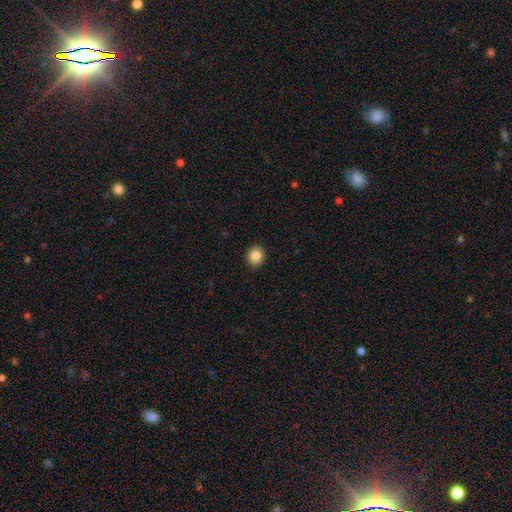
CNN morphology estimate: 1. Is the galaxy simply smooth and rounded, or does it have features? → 85% smooth, 10% star or artifact, 6% featured or disk.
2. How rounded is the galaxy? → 81% round, 18% in between, 1% cigar-shaped.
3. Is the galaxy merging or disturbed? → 92% none, 5% minor disturbance, 2% major disturbance, 1% merger.